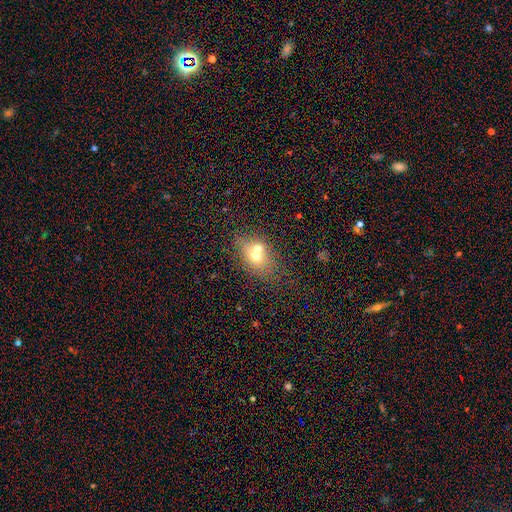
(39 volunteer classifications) smooth-or-featured: smooth: 67% | featured or disk: 28% | star or artifact: 5%
  how-rounded: in between: 73% | round: 27% | cigar-shaped: 0%
  merging: merger: 70% | none: 24% | minor disturbance: 3% | major disturbance: 3%